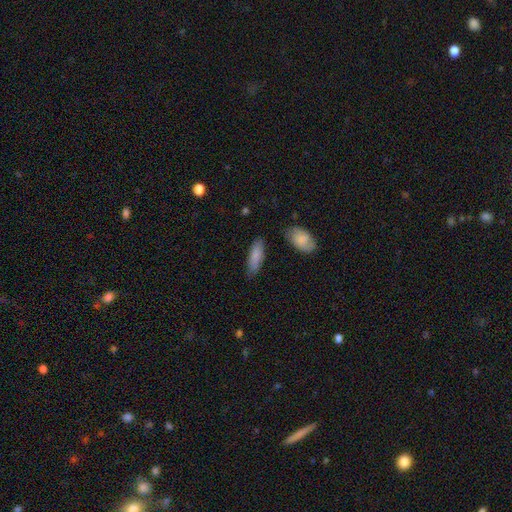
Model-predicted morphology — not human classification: smooth 84%, featured or disk 10%, star or artifact 6%. Down the decision tree: how rounded — in between (58%); merging — none (80%).